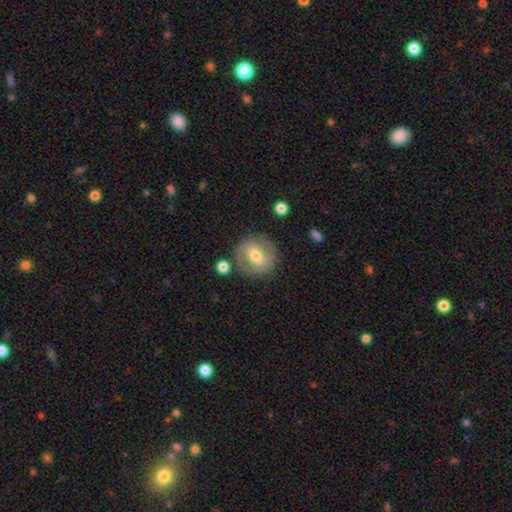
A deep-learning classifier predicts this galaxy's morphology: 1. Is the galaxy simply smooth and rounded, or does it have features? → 51% smooth, 42% featured or disk, 7% star or artifact.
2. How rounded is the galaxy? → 83% round, 16% in between, 1% cigar-shaped.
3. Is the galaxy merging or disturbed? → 77% none, 13% minor disturbance, 6% major disturbance, 4% merger.